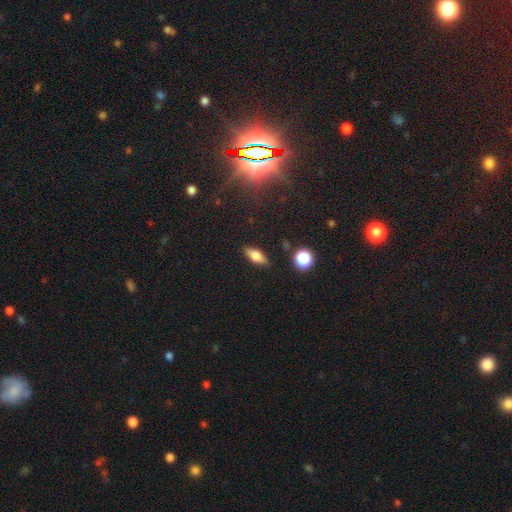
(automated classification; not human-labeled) The model was most divided on "smooth or featured": smooth: 65%, featured or disk: 26%, star or artifact: 9%. More confident: merging — none (87%); how rounded — in between (67%).